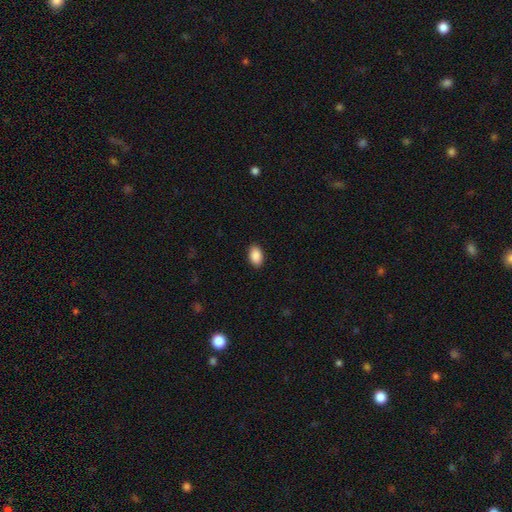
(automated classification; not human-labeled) A smooth galaxy with no disk features (90%) that is in between round and cigar-shaped (91%). Merging: none (90%).